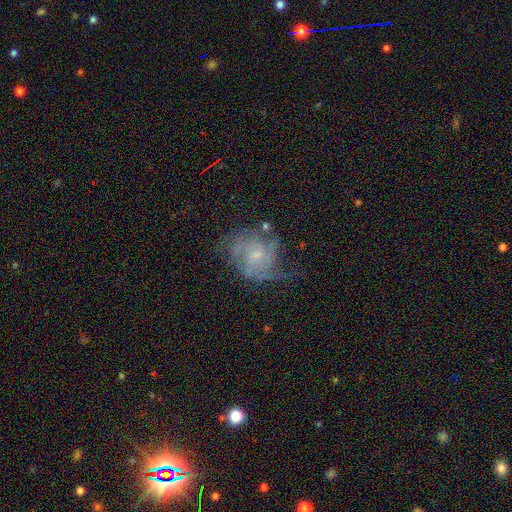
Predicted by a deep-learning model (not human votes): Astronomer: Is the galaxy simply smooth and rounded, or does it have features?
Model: featured or disk — 76%.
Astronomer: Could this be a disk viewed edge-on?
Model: no — 98%.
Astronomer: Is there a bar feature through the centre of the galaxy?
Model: no — 62%.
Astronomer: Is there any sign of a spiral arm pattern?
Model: yes — 88%.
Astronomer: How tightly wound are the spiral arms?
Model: medium — 44% (runner-up: tight, 33%).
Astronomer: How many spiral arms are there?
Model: can't tell — 31% (runner-up: 2, 30%).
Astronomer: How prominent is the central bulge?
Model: small — 61%.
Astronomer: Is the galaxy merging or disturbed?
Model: none — 47% (runner-up: major disturbance, 26%).